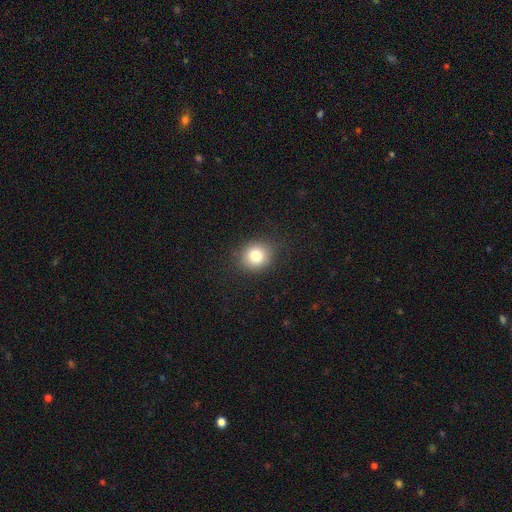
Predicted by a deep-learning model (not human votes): Smooth or featured?
  - smooth: 81% *
  - star or artifact: 11%
  - featured or disk: 8%
How rounded?
  - round: 84% *
  - in between: 15%
  - cigar-shaped: 1%
Merging?
  - none: 88% *
  - minor disturbance: 8%
  - major disturbance: 3%
  - merger: 1%